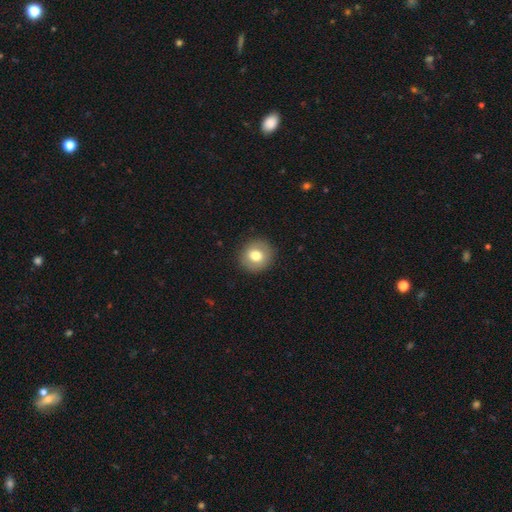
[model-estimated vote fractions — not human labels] Overall: smooth (74%). How rounded: round (89%). Merging: none (90%).